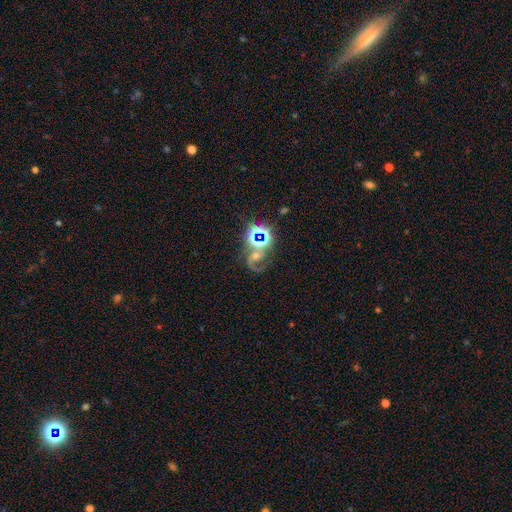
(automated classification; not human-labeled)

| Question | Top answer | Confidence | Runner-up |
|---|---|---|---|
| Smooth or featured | featured or disk | 62% | star or artifact (26%) |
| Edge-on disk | no | 97% | yes (3%) |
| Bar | no | 51% | weak (30%) |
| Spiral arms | yes | 91% | no (9%) |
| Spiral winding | medium | 51% | loose (35%) |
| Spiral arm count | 2 | 68% | 1 (25%) |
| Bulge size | moderate | 56% | small (25%) |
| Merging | none | 45% | merger (23%) |